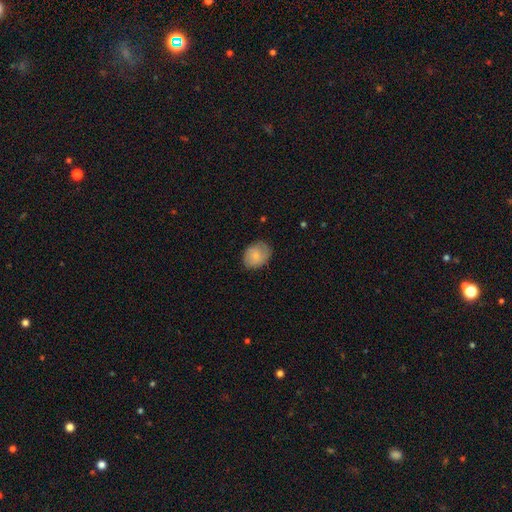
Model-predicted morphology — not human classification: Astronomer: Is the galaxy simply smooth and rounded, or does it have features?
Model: smooth — 73%.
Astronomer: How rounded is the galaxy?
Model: in between — 55% (runner-up: round, 44%).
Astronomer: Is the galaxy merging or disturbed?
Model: none — 72%.